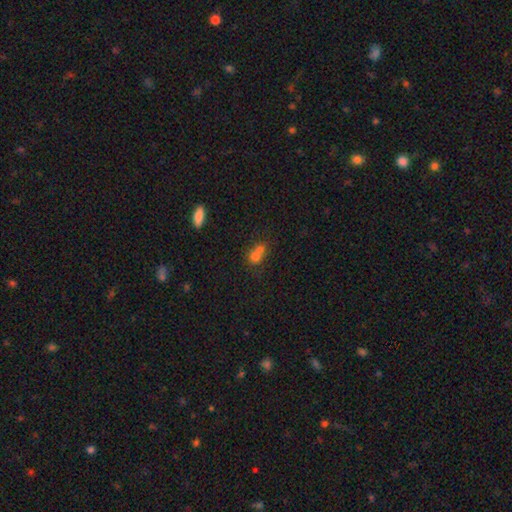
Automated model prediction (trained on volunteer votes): The model was most divided on "merging": merger: 61%, none: 29%, minor disturbance: 7%, major disturbance: 4%. More confident: how rounded — round (76%); smooth or featured — smooth (71%).